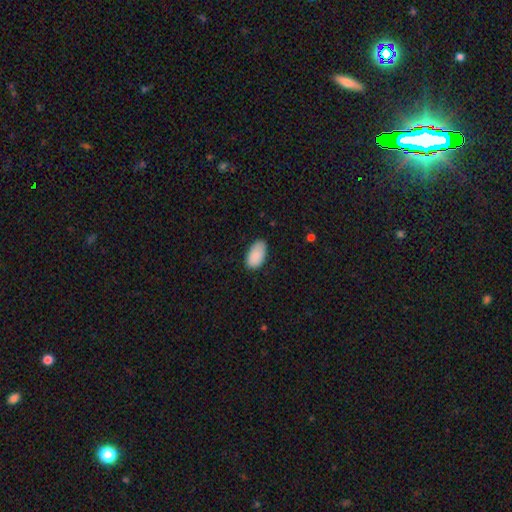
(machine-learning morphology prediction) The model was most divided on "merging": none: 79%, minor disturbance: 17%, major disturbance: 3%, merger: 1%. More confident: how rounded — in between (96%); smooth or featured — smooth (89%).